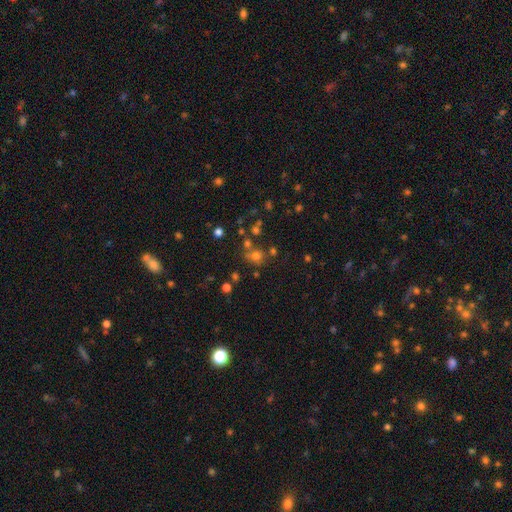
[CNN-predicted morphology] Smooth or featured?
  - smooth: 62% *
  - star or artifact: 26%
  - featured or disk: 12%
How rounded?
  - round: 76% *
  - in between: 23%
  - cigar-shaped: 1%
Merging?
  - none: 59% *
  - merger: 22%
  - minor disturbance: 13%
  - major disturbance: 6%